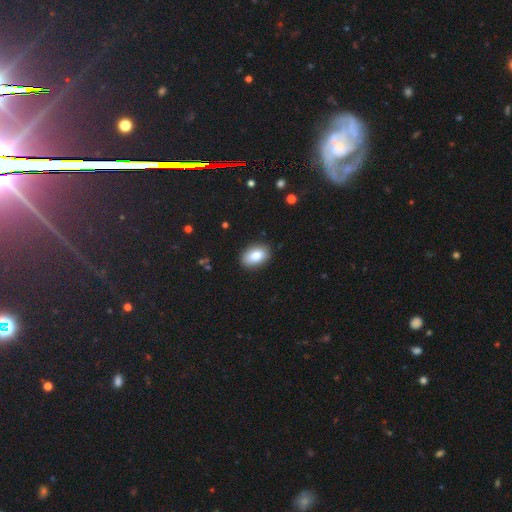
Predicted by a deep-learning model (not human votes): smooth-or-featured: smooth: 86% | star or artifact: 7% | featured or disk: 7%
  how-rounded: in between: 91% | round: 8% | cigar-shaped: 1%
  merging: none: 86% | minor disturbance: 10% | major disturbance: 2% | merger: 1%